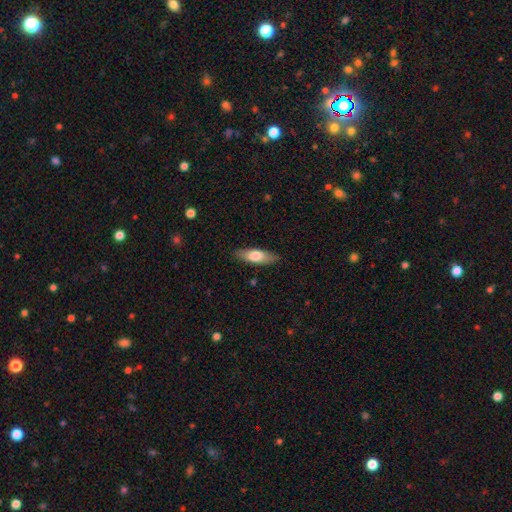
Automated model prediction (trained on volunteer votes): Smooth or featured?
  - smooth: 69% *
  - featured or disk: 25%
  - star or artifact: 6%
How rounded?
  - in between: 61% *
  - cigar-shaped: 37%
  - round: 2%
Merging?
  - none: 87% *
  - minor disturbance: 10%
  - major disturbance: 2%
  - merger: 1%